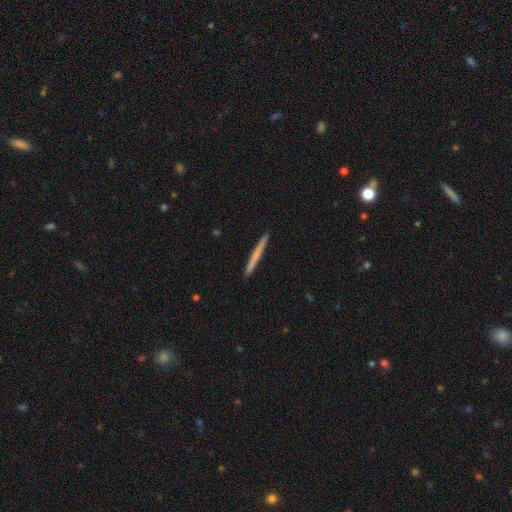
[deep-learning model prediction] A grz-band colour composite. It shows a smooth galaxy with no disk features (60%) that is cigar-shaped (97%). Merging: none (93%).